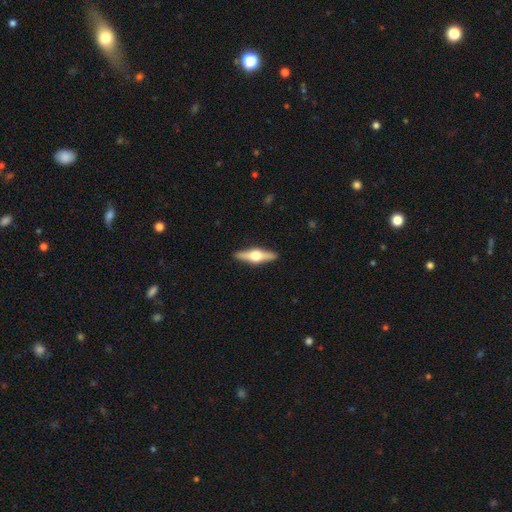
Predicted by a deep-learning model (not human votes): Smooth or featured?
  - featured or disk: 72% *
  - smooth: 23%
  - star or artifact: 5%
Edge-on disk?
  - yes: 97% *
  - no: 3%
Edge-on bulge?
  - rounded: 96% *
  - boxy: 3%
  - none: 1%
Merging?
  - none: 91% *
  - minor disturbance: 6%
  - major disturbance: 1%
  - merger: 1%